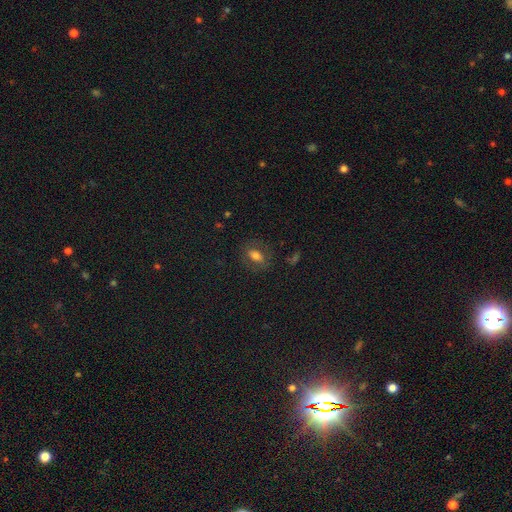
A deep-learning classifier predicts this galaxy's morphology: Smooth or featured?
  - smooth: 65% *
  - featured or disk: 22%
  - star or artifact: 12%
How rounded?
  - in between: 79% *
  - round: 18%
  - cigar-shaped: 3%
Merging?
  - none: 76% *
  - minor disturbance: 14%
  - major disturbance: 8%
  - merger: 1%